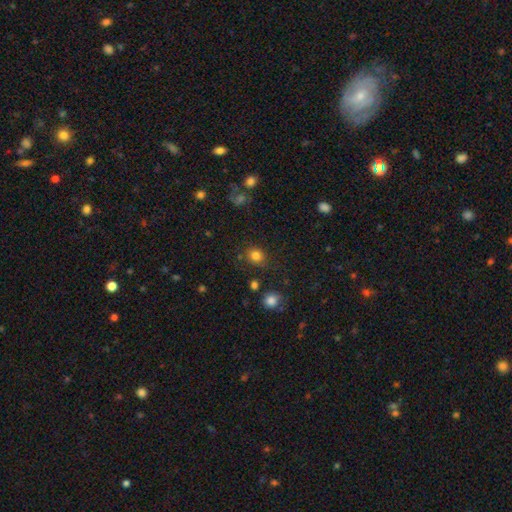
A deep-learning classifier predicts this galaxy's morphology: Smooth or featured? Predicted: smooth (p=0.81). How rounded? Predicted: round (p=0.72). Merging? Predicted: none (p=0.81).